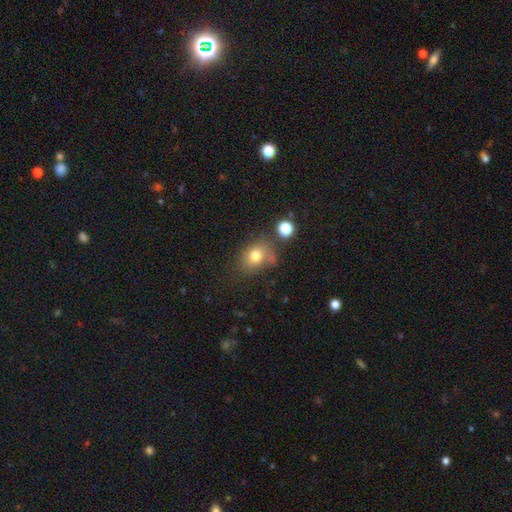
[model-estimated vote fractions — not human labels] Smooth or featured? Predicted: smooth (p=0.76). How rounded? Predicted: in between (p=0.52). Merging? Predicted: none (p=0.57).